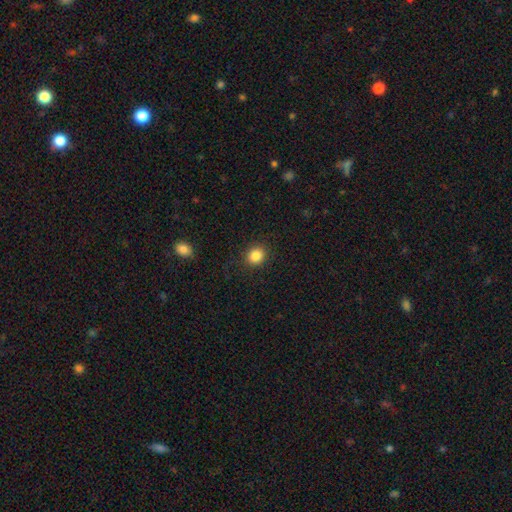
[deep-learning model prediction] This is clearly a smooth galaxy (85%). How rounded: likely round (77%). Merging: clearly none (89%).